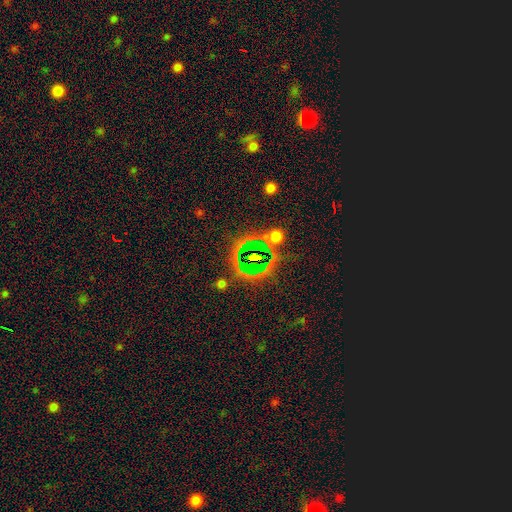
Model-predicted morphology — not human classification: The model was most divided on "smooth or featured": star or artifact: 66%, smooth: 21%, featured or disk: 12%.